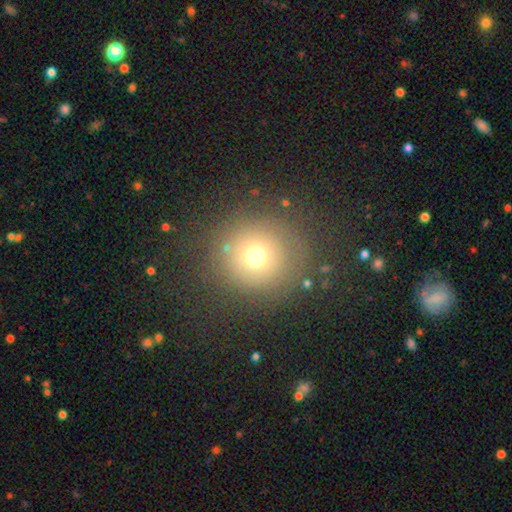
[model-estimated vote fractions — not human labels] smooth_or_featured: smooth (p=0.68) [alt: star or artifact p=0.19]
how_rounded: round (p=0.93) [alt: in between p=0.06]
merging: none (p=0.81) [alt: minor disturbance p=0.10]